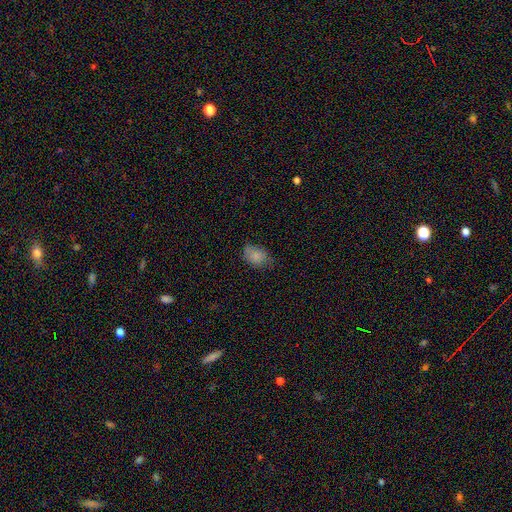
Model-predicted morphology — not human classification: smooth-or-featured: smooth: 82% | star or artifact: 9% | featured or disk: 8%
  how-rounded: in between: 75% | round: 24% | cigar-shaped: 1%
  merging: none: 60% | minor disturbance: 31% | major disturbance: 8% | merger: 1%